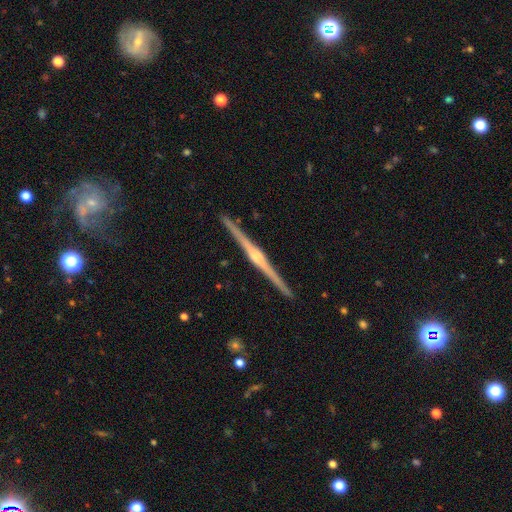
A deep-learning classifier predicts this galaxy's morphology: A featured or disk galaxy (88%) viewed edge-on (99%) with a rounded central bulge (85%).

Vote fractions:
- Smooth or featured? featured or disk: 88% / smooth: 8% / star or artifact: 4%
- Edge-on disk? yes: 99% / no: 1%
- Edge-on bulge? rounded: 85% / boxy: 9% / none: 6%
- Merging? none: 93% / minor disturbance: 5% / major disturbance: 1% / merger: 1%